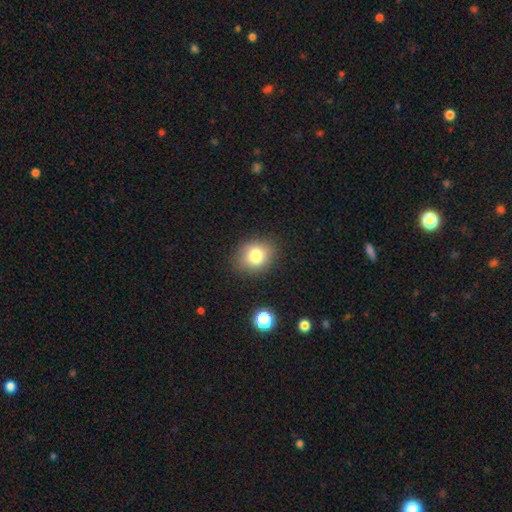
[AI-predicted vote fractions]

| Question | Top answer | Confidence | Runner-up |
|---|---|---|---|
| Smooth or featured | smooth | 80% | star or artifact (11%) |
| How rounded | round | 61% | in between (38%) |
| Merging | none | 84% | minor disturbance (11%) |